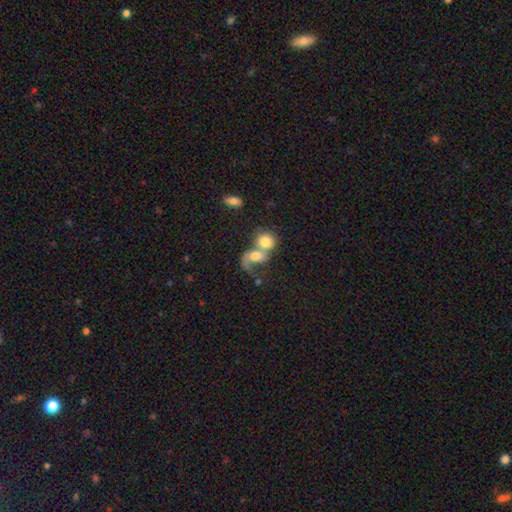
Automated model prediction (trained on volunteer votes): Q: Smooth or featured?
A: smooth (54%); runner-up: featured or disk (37%)
Q: How rounded?
A: in between (49%); tied with: round (49%)
Q: Merging?
A: merger (75%); runner-up: major disturbance (10%)